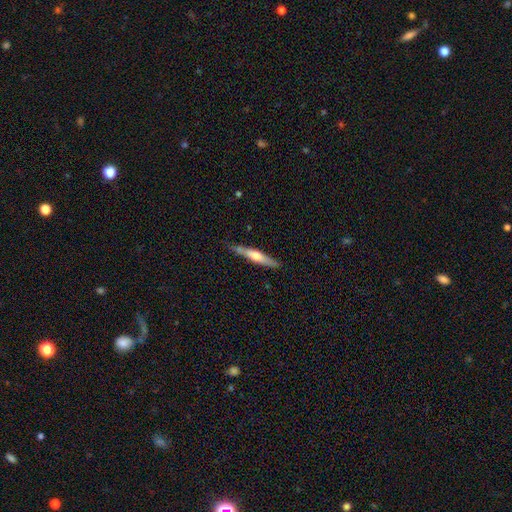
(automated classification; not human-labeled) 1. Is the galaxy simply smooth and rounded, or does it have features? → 49% featured or disk, 46% smooth, 5% star or artifact.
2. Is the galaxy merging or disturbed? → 77% none, 18% minor disturbance, 3% major disturbance, 2% merger.